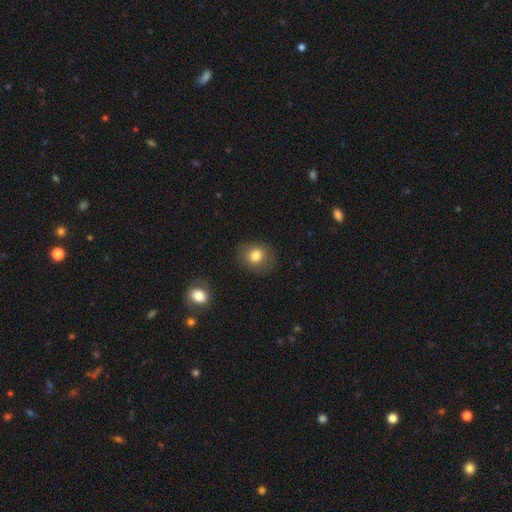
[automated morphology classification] A smooth galaxy with no disk features (81%) that is round (66%).

Vote fractions:
- Smooth or featured? smooth: 81% / star or artifact: 10% / featured or disk: 9%
- How rounded? round: 66% / in between: 33% / cigar-shaped: 1%
- Merging? none: 83% / minor disturbance: 12% / major disturbance: 4% / merger: 2%